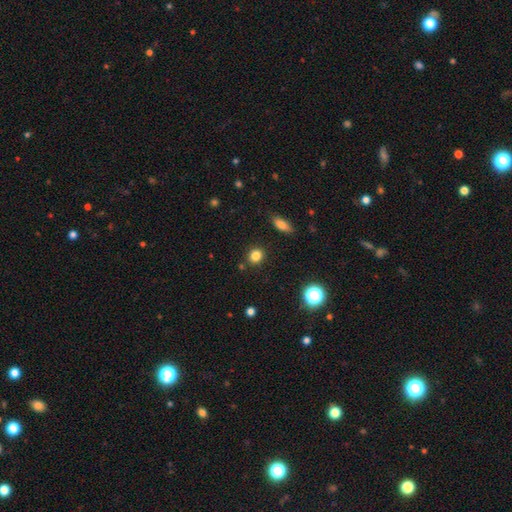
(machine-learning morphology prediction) The model was most divided on "how rounded": round: 80%, in between: 19%, cigar-shaped: 1%. More confident: merging — none (88%); smooth or featured — smooth (82%).